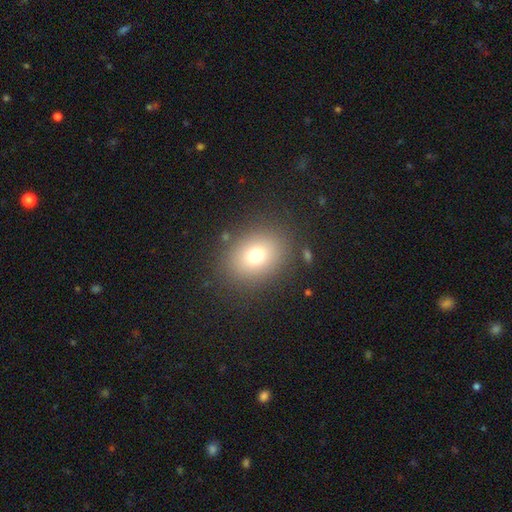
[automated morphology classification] smooth-or-featured: smooth: 75% | star or artifact: 13% | featured or disk: 12%
  how-rounded: in between: 55% | round: 44% | cigar-shaped: 1%
  merging: none: 85% | minor disturbance: 9% | major disturbance: 4% | merger: 2%